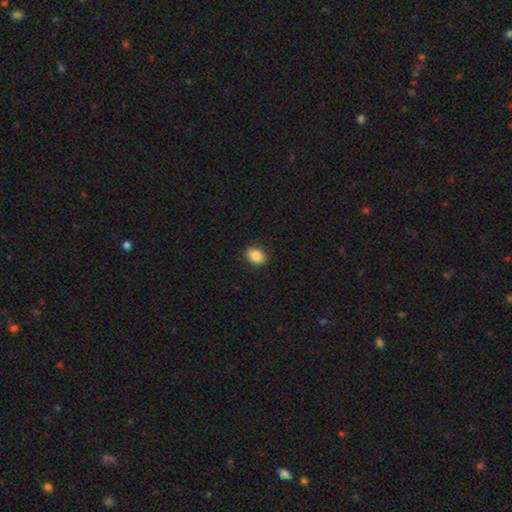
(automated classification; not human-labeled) Smooth or featured? Predicted: smooth (p=0.86). How rounded? Predicted: in between (p=0.65). Merging? Predicted: none (p=0.88).